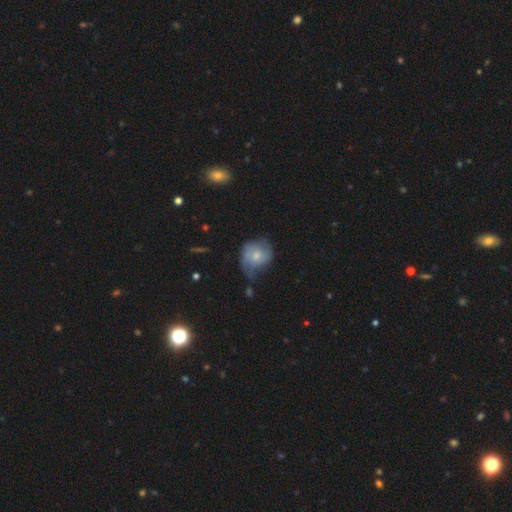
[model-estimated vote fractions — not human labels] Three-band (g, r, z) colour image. It shows a smooth galaxy with no disk features (58%) that is round (70%). Merging: none (39%).